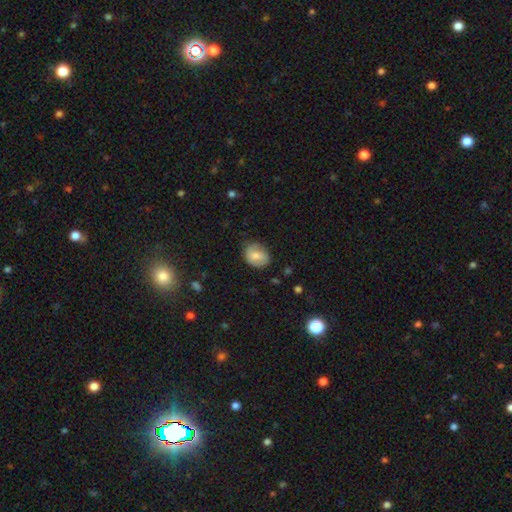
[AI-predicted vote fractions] A smooth galaxy with no disk features (67%) that is in between round and cigar-shaped (56%).

Vote fractions:
- Smooth or featured? smooth: 67% / featured or disk: 26% / star or artifact: 8%
- How rounded? in between: 56% / round: 43% / cigar-shaped: 1%
- Merging? none: 68% / minor disturbance: 24% / major disturbance: 6% / merger: 1%